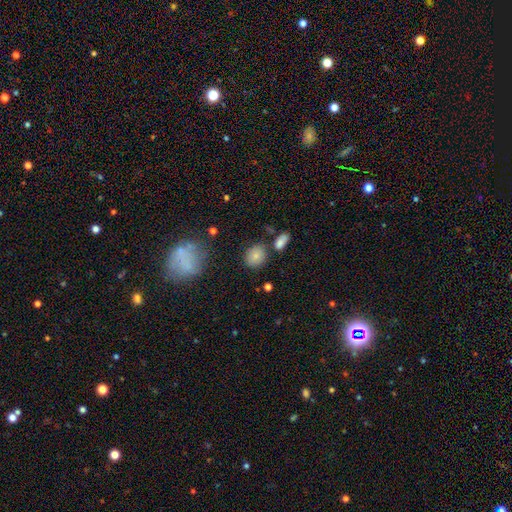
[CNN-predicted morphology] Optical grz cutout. It shows a smooth galaxy with no disk features (80%) that is round (64%). Merging: none (76%).